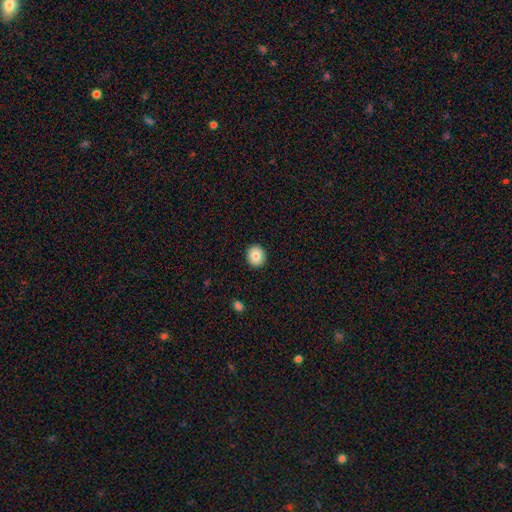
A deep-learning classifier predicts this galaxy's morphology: type=smooth (83%); roundness=round (86%); merging=none (92%).